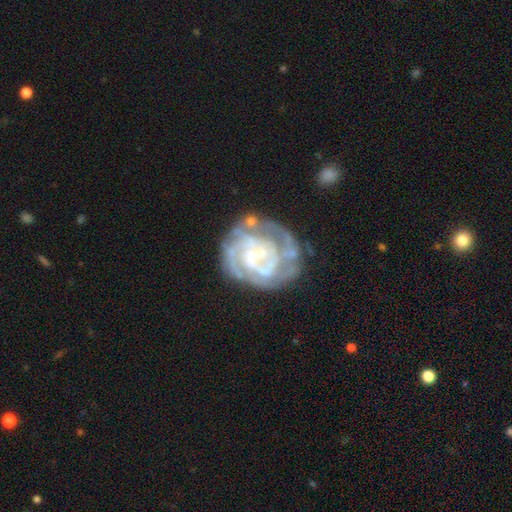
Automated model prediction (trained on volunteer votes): A featured or disk galaxy (83%) with a weak bar (45%), tight (62%) spiral arms (86%) and a small central bulge (45%).

Vote fractions:
- Smooth or featured? featured or disk: 83% / smooth: 11% / star or artifact: 6%
- Edge-on disk? no: 98% / yes: 2%
- Bar? weak: 45% / no: 38% / strong: 18%
- Spiral arms? yes: 86% / no: 14%
- Spiral winding? tight: 62% / medium: 30% / loose: 9%
- Spiral arm count? can't tell: 36% / 2: 27% / 3: 19% / 1: 7% / 4: 6% / more than 4: 5%
- Bulge size? small: 45% / none: 27% / moderate: 22% / large: 4% / dominant: 1%
- Merging? none: 55% / minor disturbance: 22% / major disturbance: 18% / merger: 5%